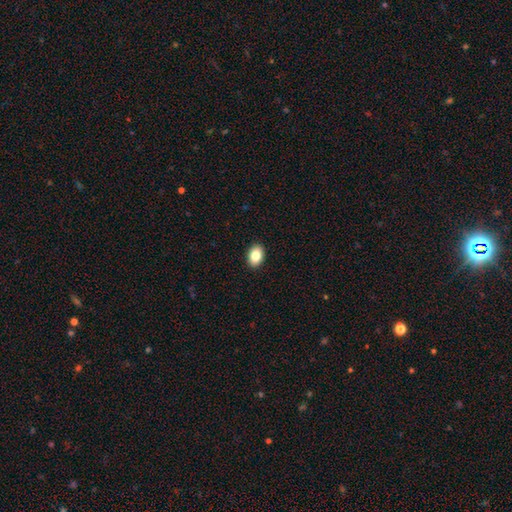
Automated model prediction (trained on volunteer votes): Smooth or featured? smooth (84%)
How rounded? in between (83%)
Merging? none (91%)